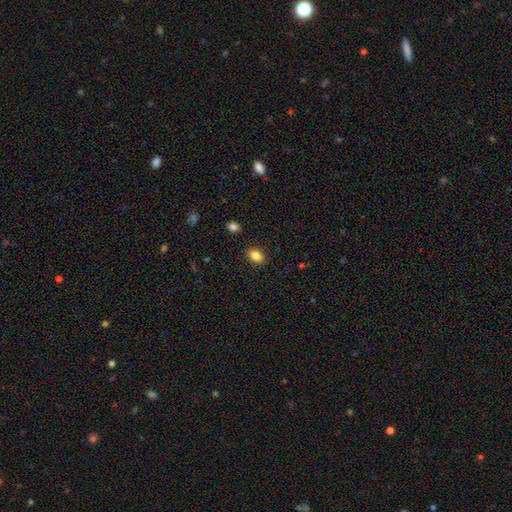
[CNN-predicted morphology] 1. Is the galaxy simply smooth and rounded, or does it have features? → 84% smooth, 9% star or artifact, 7% featured or disk.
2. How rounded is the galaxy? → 80% in between, 19% round, 2% cigar-shaped.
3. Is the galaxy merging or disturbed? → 88% none, 8% minor disturbance, 2% major disturbance, 1% merger.